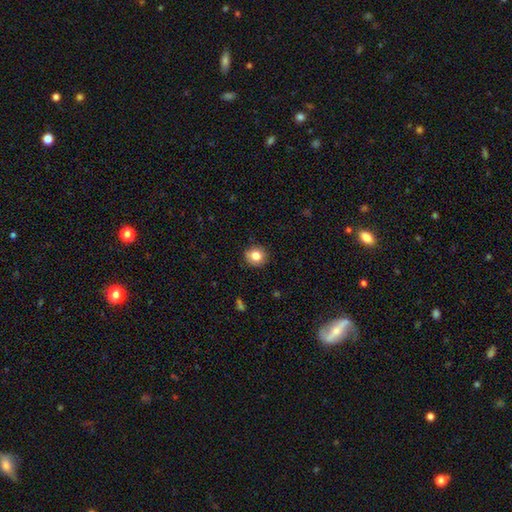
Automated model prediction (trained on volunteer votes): A smooth galaxy with no disk features (81%) that is round (83%). Merging: none (88%).